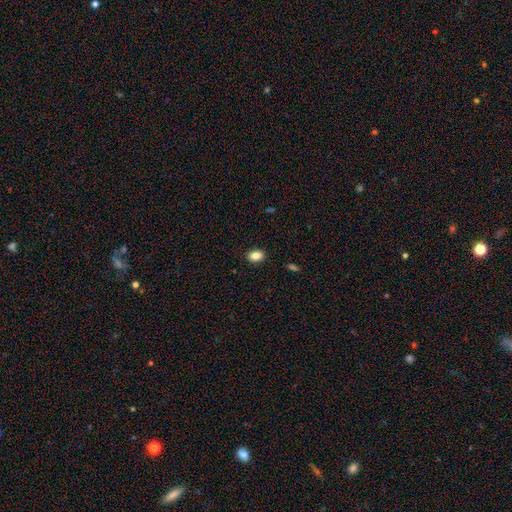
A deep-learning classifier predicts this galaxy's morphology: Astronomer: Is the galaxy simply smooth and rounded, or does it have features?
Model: smooth — 85%.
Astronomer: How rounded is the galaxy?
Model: in between — 80%.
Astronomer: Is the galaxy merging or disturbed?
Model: none — 89%.